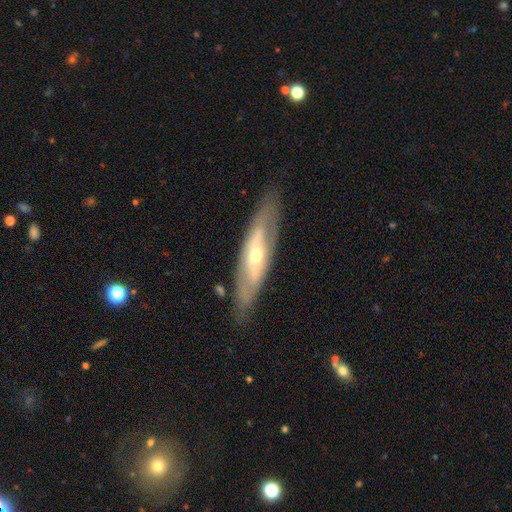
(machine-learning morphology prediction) type=featured or disk (69%); edge-on=no (66%); merging=none (81%).